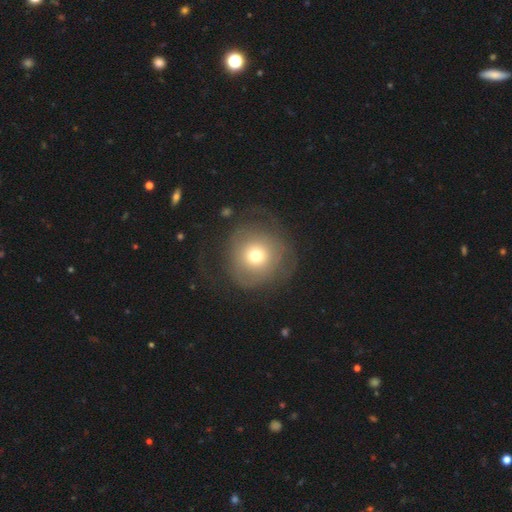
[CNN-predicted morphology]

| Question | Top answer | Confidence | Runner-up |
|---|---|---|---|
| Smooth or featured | smooth | 54% | featured or disk (35%) |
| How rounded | round | 91% | in between (8%) |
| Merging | none | 51% | major disturbance (29%) |